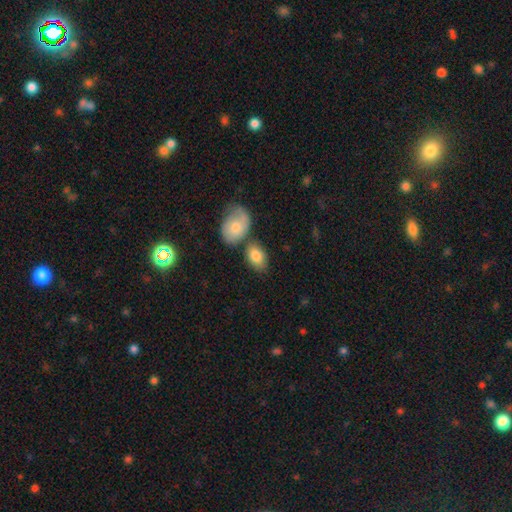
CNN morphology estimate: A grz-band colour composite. It shows a smooth galaxy with no disk features (80%) that is in between round and cigar-shaped (87%). Merging: none (54%).